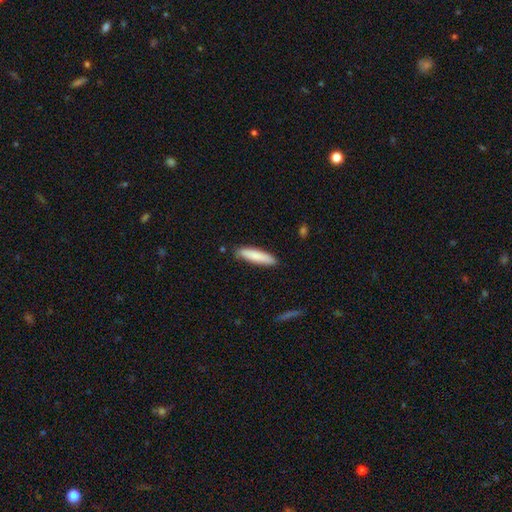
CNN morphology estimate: Smooth or featured? smooth (83%)
How rounded? cigar-shaped (79%)
Merging? none (86%)